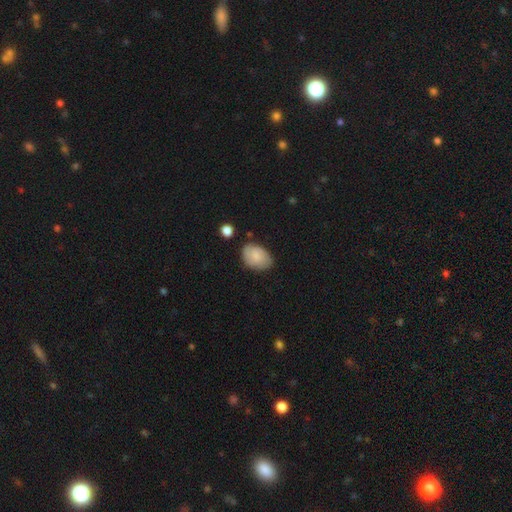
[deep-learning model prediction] smooth-or-featured: smooth: 73% | featured or disk: 20% | star or artifact: 7%
  how-rounded: in between: 84% | round: 15% | cigar-shaped: 1%
  merging: none: 69% | minor disturbance: 23% | major disturbance: 5% | merger: 3%